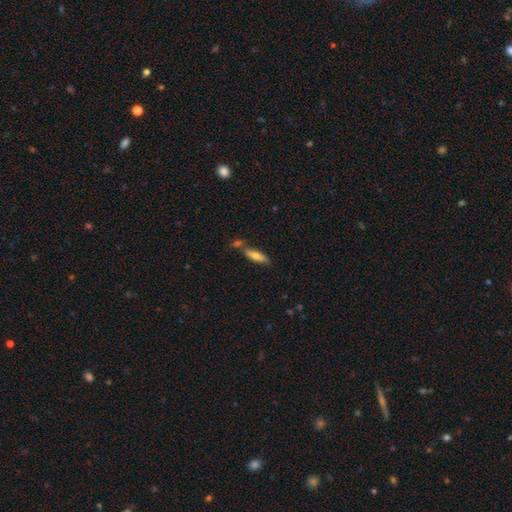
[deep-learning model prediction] smooth_or_featured: smooth (p=0.69) [alt: featured or disk p=0.24]
how_rounded: cigar-shaped (p=0.54) [alt: in between p=0.44]
merging: none (p=0.63) [alt: merger p=0.19]